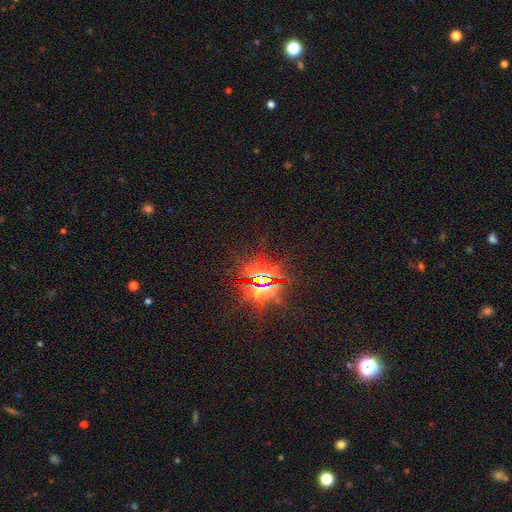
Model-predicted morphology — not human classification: This appears to be a star or artifact, not a galaxy (83%).